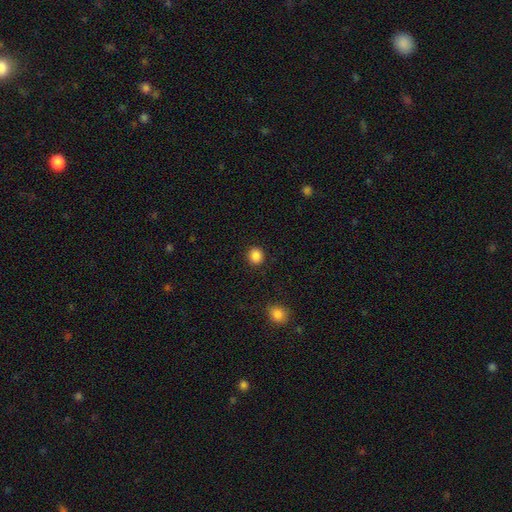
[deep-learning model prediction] smooth-or-featured: smooth: 87% | star or artifact: 10% | featured or disk: 3%
  how-rounded: round: 84% | in between: 15% | cigar-shaped: 1%
  merging: none: 91% | minor disturbance: 6% | major disturbance: 2% | merger: 1%